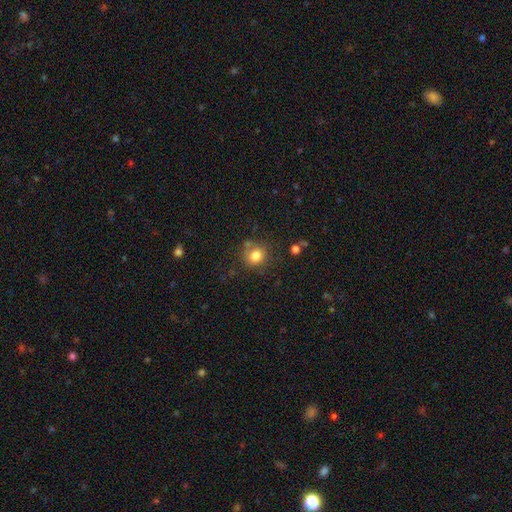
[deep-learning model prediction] Smooth or featured? Predicted: smooth (p=0.80). How rounded? Predicted: round (p=0.83). Merging? Predicted: none (p=0.72).